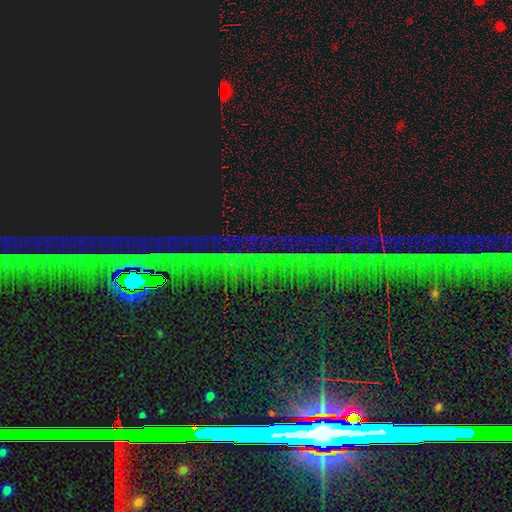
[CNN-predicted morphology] Smooth or featured? Predicted: star or artifact (p=0.84).